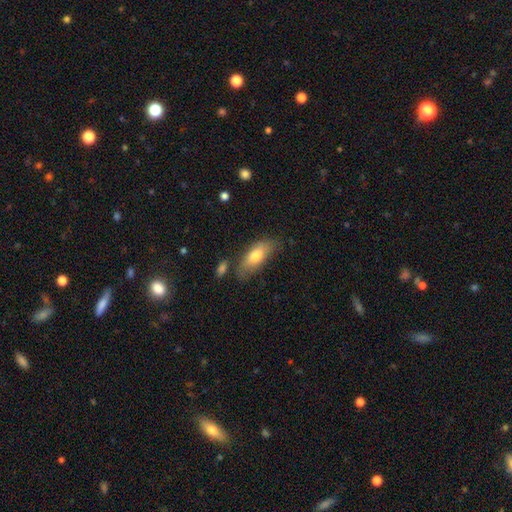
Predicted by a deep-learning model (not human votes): smooth-or-featured: smooth: 74% | featured or disk: 20% | star or artifact: 6%
  how-rounded: in between: 77% | cigar-shaped: 20% | round: 3%
  merging: none: 66% | minor disturbance: 22% | major disturbance: 6% | merger: 6%